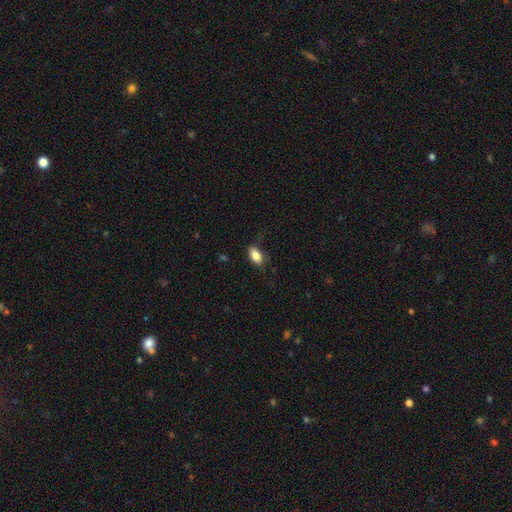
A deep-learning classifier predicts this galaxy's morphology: smooth_or_featured: smooth (p=0.85) [alt: star or artifact p=0.08]
how_rounded: in between (p=0.90) [alt: round p=0.07]
merging: none (p=0.75) [alt: minor disturbance p=0.19]